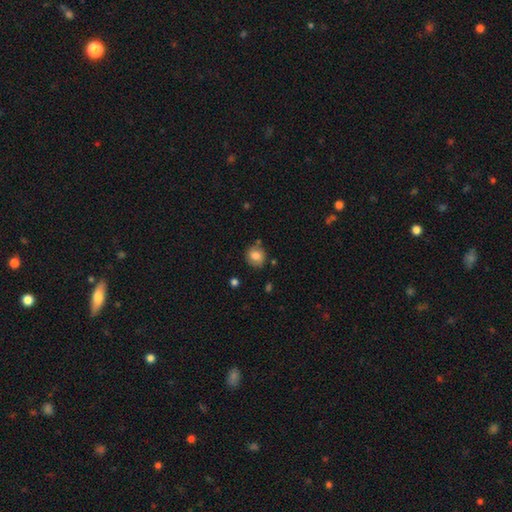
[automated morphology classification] Q: Smooth or featured?
A: smooth (81%); runner-up: featured or disk (10%)
Q: How rounded?
A: round (78%); runner-up: in between (21%)
Q: Merging?
A: none (77%); runner-up: minor disturbance (15%)